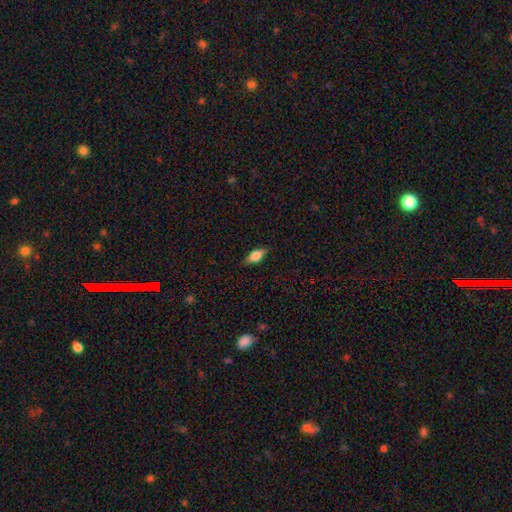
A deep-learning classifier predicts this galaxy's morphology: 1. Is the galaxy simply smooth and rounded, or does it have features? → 59% smooth, 33% featured or disk, 8% star or artifact.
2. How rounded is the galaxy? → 76% in between, 19% cigar-shaped, 5% round.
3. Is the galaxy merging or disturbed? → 84% none, 13% minor disturbance, 3% major disturbance, 1% merger.